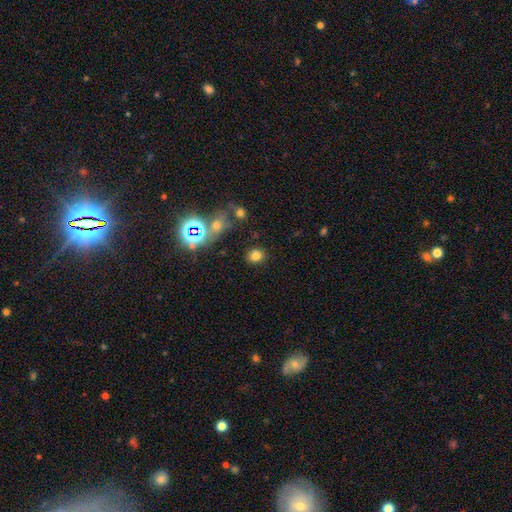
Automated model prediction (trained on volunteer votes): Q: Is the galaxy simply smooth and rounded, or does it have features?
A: smooth — 76%.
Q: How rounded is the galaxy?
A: round — 73%.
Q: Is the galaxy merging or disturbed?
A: none — 84%.